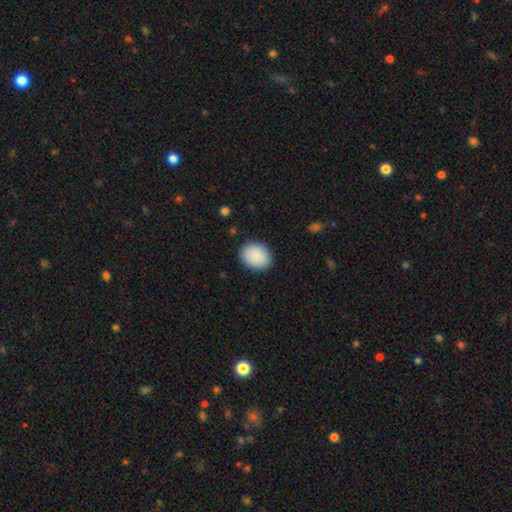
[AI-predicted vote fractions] A smooth galaxy with no disk features (90%) that is in between round and cigar-shaped (58%). Merging: none (89%).